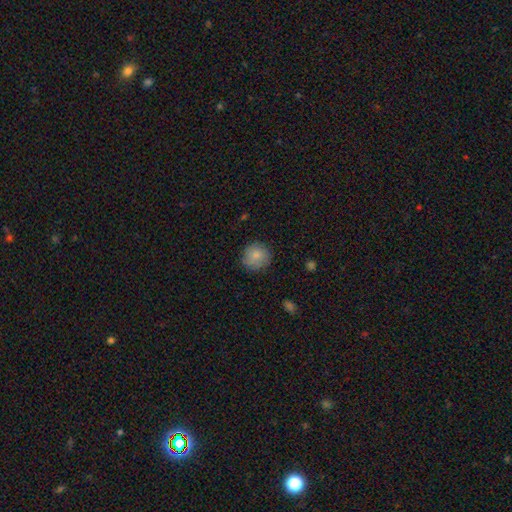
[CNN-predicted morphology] smooth 83%, featured or disk 9%, star or artifact 7%. Down the decision tree: how rounded — round (90%); merging — none (83%).